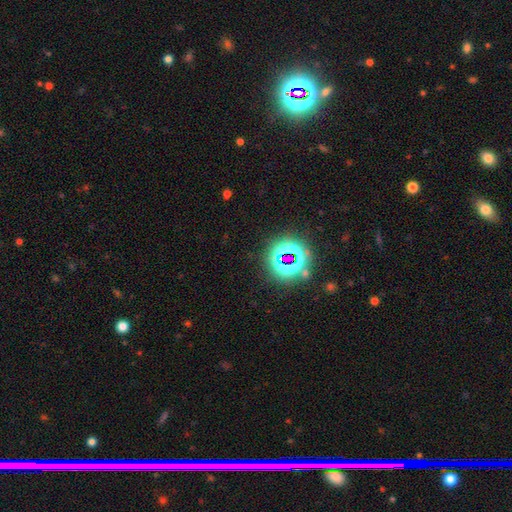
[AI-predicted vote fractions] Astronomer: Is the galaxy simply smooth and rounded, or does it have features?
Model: star or artifact — 77%.